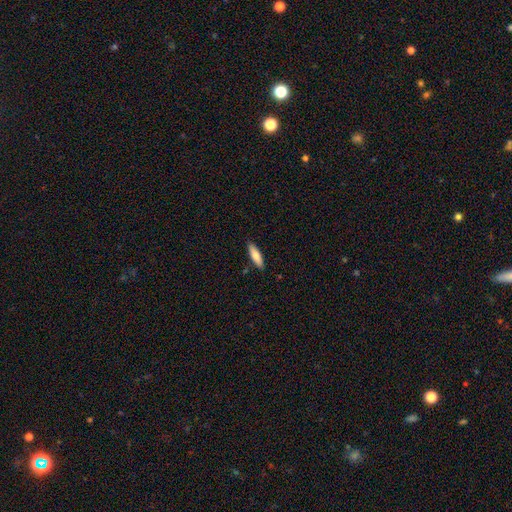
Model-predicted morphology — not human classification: This appears to be a smooth galaxy with no disk features (77%) that is cigar-shaped (60%). Merging: none (88%).